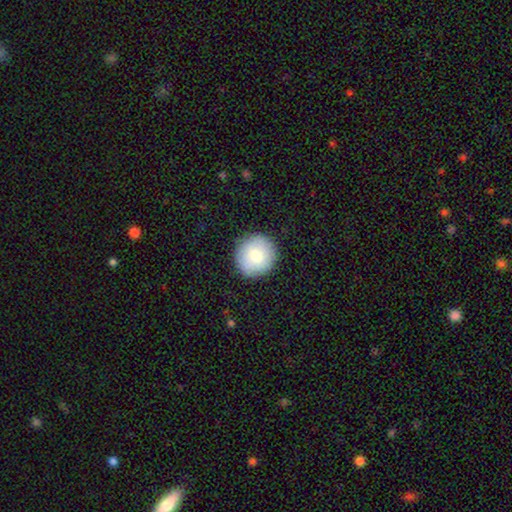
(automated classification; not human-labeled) Smooth or featured? smooth (78%)
How rounded? round (93%)
Merging? none (89%)